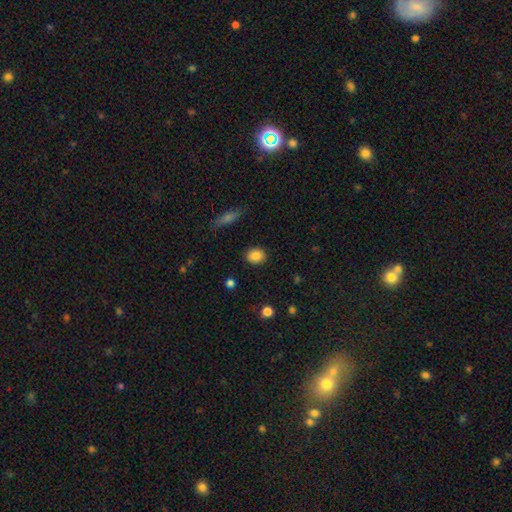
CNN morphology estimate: smooth-or-featured: smooth: 86% | star or artifact: 9% | featured or disk: 5%
  how-rounded: round: 58% | in between: 41% | cigar-shaped: 2%
  merging: none: 88% | minor disturbance: 8% | major disturbance: 2% | merger: 1%